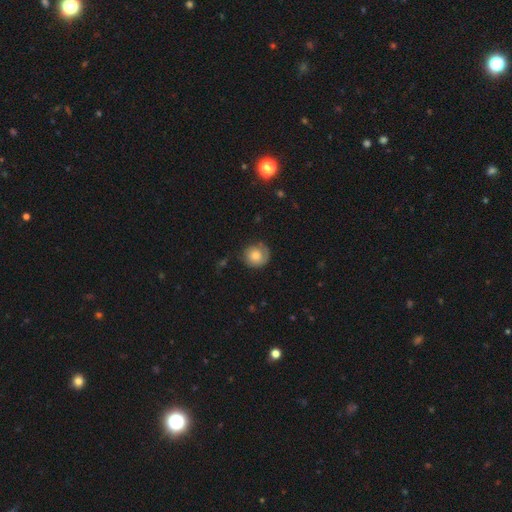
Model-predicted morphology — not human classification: This is likely a smooth galaxy (68%). How rounded: clearly round (89%). Merging: likely none (71%).